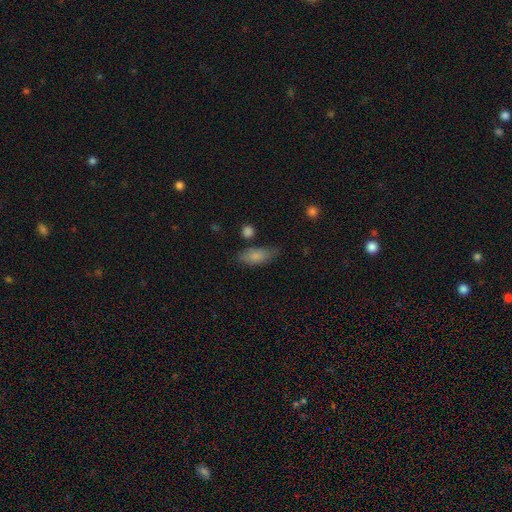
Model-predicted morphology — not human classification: This is clearly a smooth galaxy (80%). How rounded: likely in between (80%). Merging: likely none (67%).